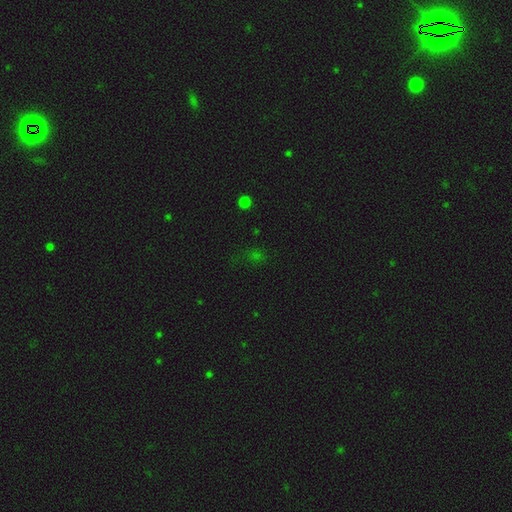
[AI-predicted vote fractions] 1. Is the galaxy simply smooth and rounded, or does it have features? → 55% star or artifact, 35% smooth, 10% featured or disk.